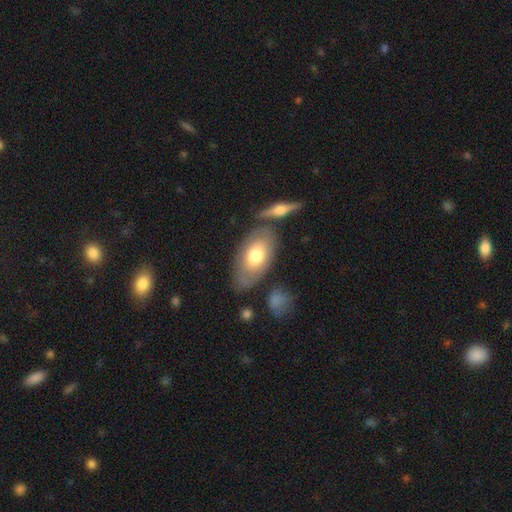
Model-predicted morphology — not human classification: smooth_or_featured: smooth (p=0.63) [alt: featured or disk p=0.32]
how_rounded: in between (p=0.92) [alt: round p=0.05]
merging: none (p=0.69) [alt: minor disturbance p=0.16]